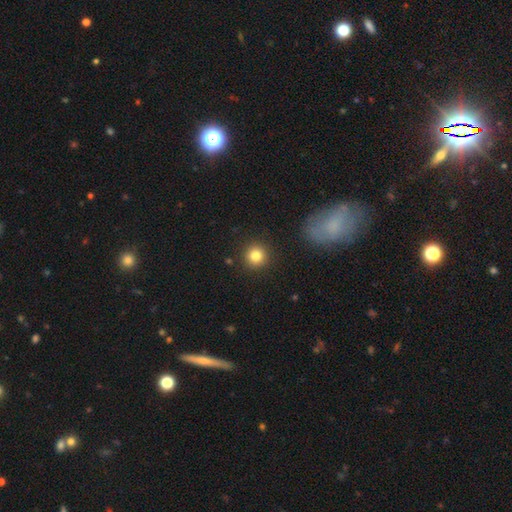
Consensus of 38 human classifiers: Smooth or featured? smooth (82%)
How rounded? round (97%)
Merging? none (95%)